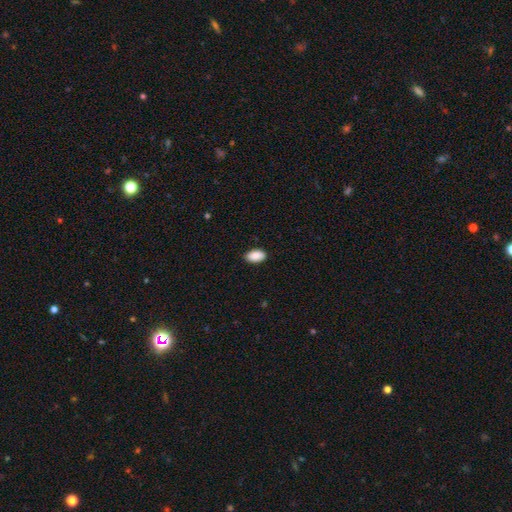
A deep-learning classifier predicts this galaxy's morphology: This is clearly a smooth galaxy (90%). How rounded: clearly in between (94%). Merging: clearly none (88%).